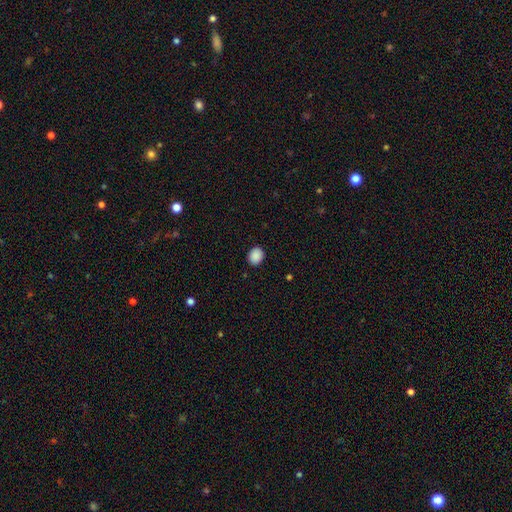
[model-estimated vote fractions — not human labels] A smooth galaxy with no disk features (89%) that is round (60%). Merging: none (90%).